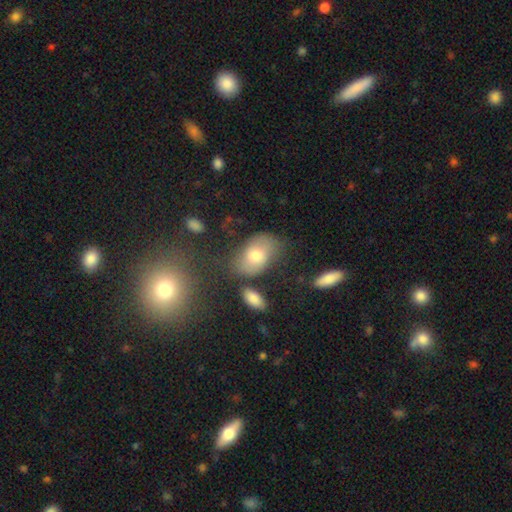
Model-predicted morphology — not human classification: smooth-or-featured: smooth: 67% | featured or disk: 24% | star or artifact: 9%
  how-rounded: in between: 87% | round: 11% | cigar-shaped: 2%
  merging: none: 62% | minor disturbance: 22% | major disturbance: 9% | merger: 7%